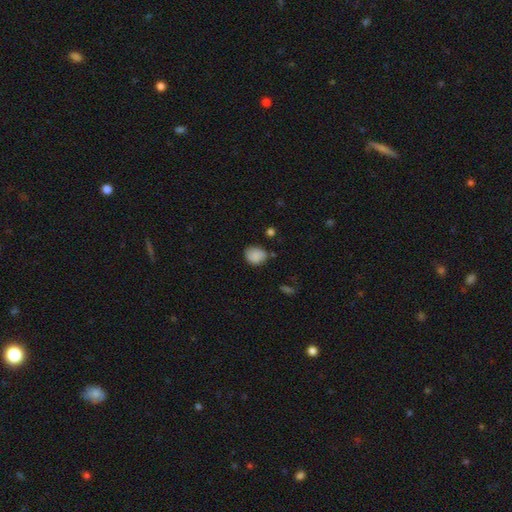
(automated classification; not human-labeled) smooth 82%, featured or disk 10%, star or artifact 9%. Down the decision tree: how rounded — round (59%); merging — none (66%).